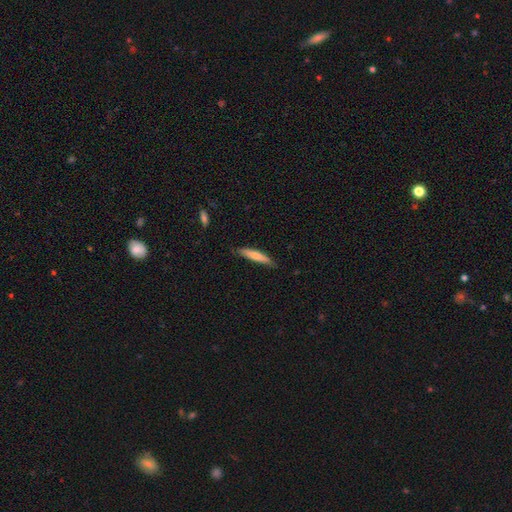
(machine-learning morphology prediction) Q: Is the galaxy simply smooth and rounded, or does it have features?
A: smooth — 73%.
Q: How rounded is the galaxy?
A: cigar-shaped — 87%.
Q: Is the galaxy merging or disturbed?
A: none — 80%.